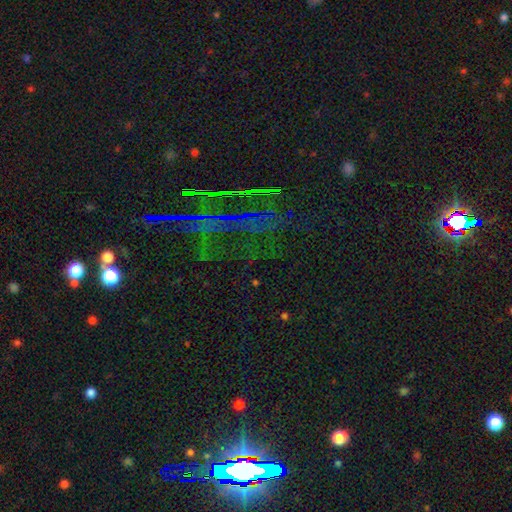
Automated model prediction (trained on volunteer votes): Q: Smooth or featured?
A: star or artifact (84%); runner-up: smooth (9%)